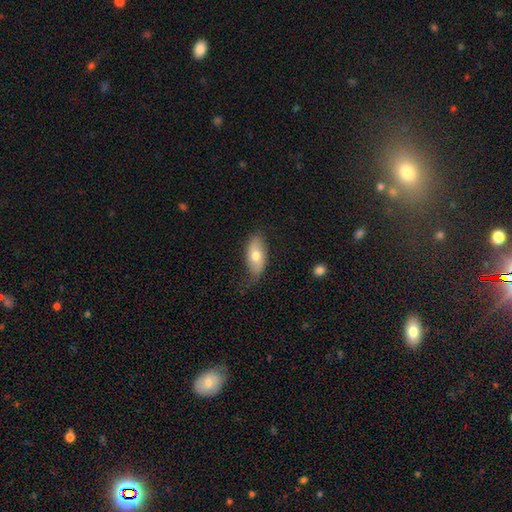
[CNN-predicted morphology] Smooth or featured?
  - smooth: 67% *
  - featured or disk: 27%
  - star or artifact: 6%
How rounded?
  - in between: 90% *
  - cigar-shaped: 7%
  - round: 3%
Merging?
  - none: 66% *
  - minor disturbance: 26%
  - major disturbance: 7%
  - merger: 1%